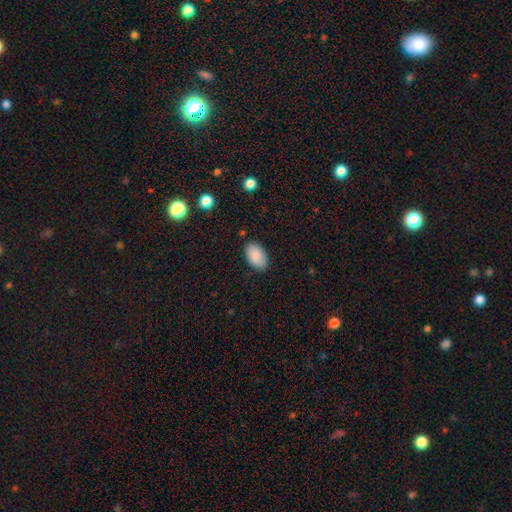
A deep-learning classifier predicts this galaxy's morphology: A smooth galaxy with no disk features (87%) that is in between round and cigar-shaped (93%). Merging: none (85%).